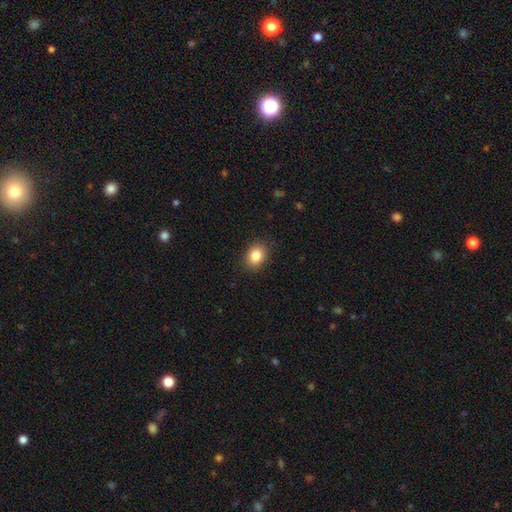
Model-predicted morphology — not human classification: Q: Smooth or featured?
A: smooth (84%); runner-up: star or artifact (10%)
Q: How rounded?
A: in between (56%); runner-up: round (43%)
Q: Merging?
A: none (87%); runner-up: minor disturbance (9%)